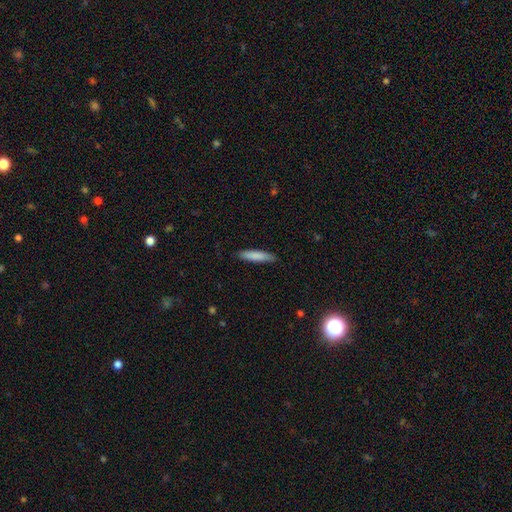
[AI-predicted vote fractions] Morphology: type=smooth (84%); roundness=cigar-shaped (86%); merging=none (88%).